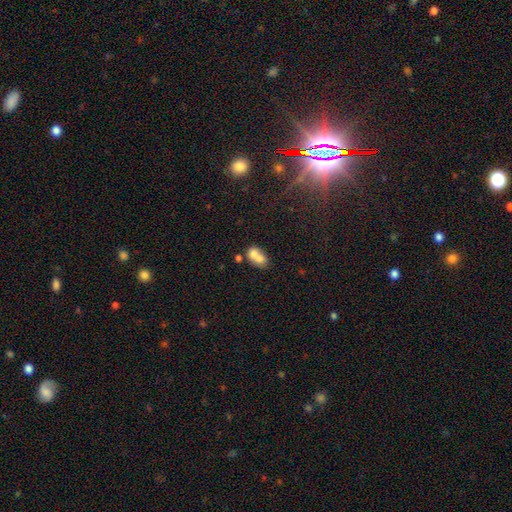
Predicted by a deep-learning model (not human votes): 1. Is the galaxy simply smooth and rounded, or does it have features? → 68% smooth, 23% featured or disk, 9% star or artifact.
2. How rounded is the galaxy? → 63% in between, 36% round, 2% cigar-shaped.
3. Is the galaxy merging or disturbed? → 68% merger, 21% none, 7% minor disturbance, 4% major disturbance.